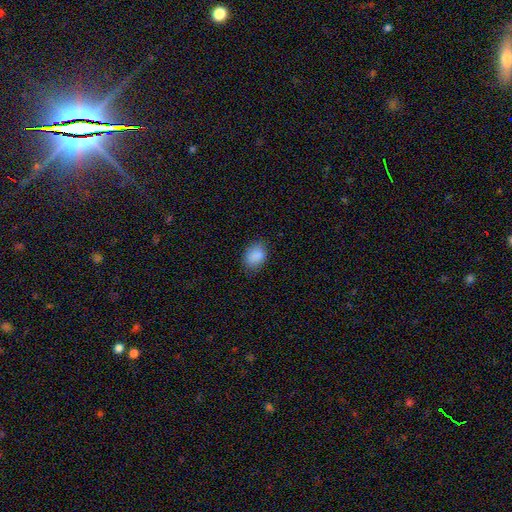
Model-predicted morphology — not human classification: Q: Smooth or featured?
A: smooth (88%); runner-up: star or artifact (8%)
Q: How rounded?
A: in between (69%); runner-up: round (30%)
Q: Merging?
A: none (80%); runner-up: minor disturbance (16%)